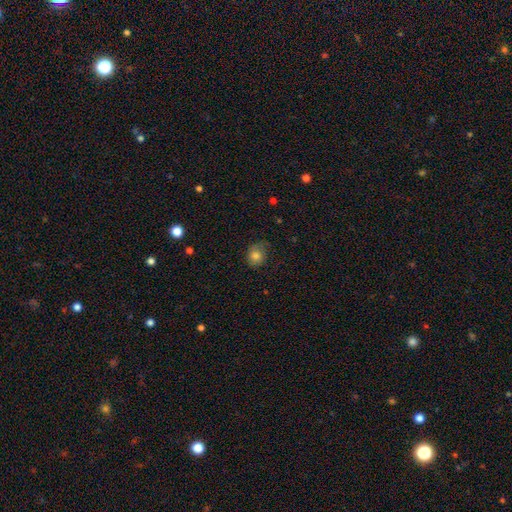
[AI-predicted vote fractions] smooth 75%, featured or disk 15%, star or artifact 10%. Down the decision tree: how rounded — round (65%); merging — none (61%).